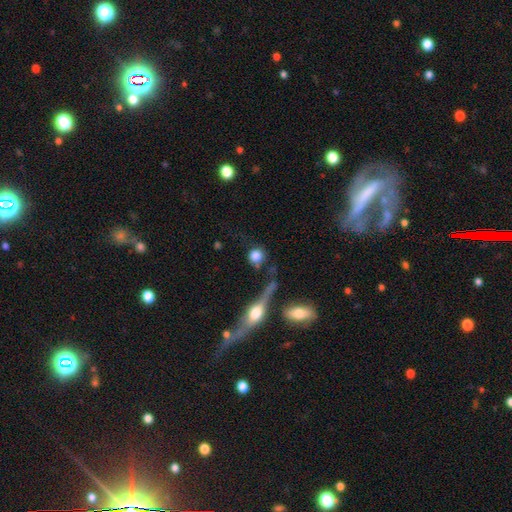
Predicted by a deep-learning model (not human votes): Smooth or featured?
  - smooth: 79% *
  - featured or disk: 11%
  - star or artifact: 10%
How rounded?
  - round: 87% *
  - in between: 10%
  - cigar-shaped: 3%
Merging?
  - none: 65% *
  - minor disturbance: 14%
  - merger: 13%
  - major disturbance: 8%